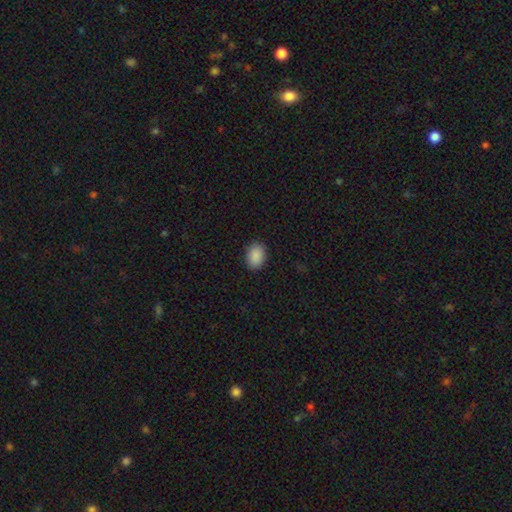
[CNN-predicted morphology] smooth 90%, star or artifact 7%, featured or disk 2%. Down the decision tree: how rounded — in between (76%); merging — none (89%).